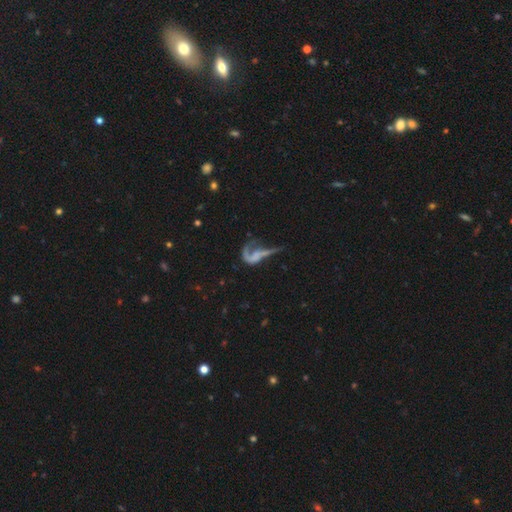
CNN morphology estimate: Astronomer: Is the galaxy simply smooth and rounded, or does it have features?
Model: featured or disk — 62%.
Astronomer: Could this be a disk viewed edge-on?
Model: no — 92%.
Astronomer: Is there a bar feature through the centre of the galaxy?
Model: no — 74%.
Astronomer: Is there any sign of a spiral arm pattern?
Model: yes — 55% (runner-up: no, 45%).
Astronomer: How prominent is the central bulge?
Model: none — 69%.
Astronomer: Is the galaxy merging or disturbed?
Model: major disturbance — 51%.